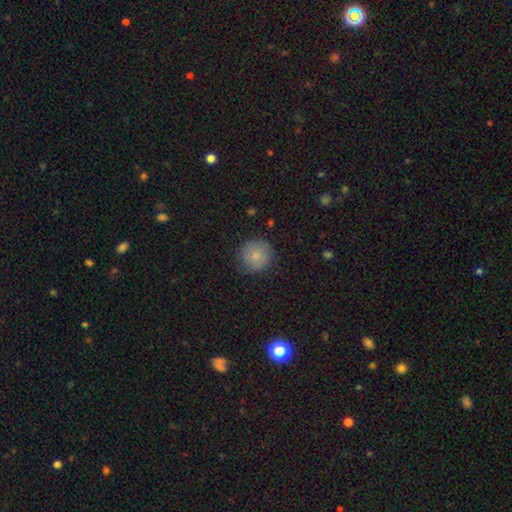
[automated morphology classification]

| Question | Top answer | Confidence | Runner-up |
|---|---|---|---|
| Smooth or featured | smooth | 84% | star or artifact (8%) |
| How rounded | round | 94% | in between (5%) |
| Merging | none | 85% | minor disturbance (11%) |